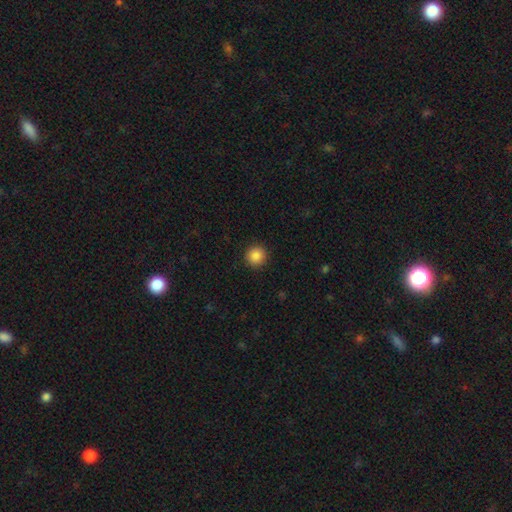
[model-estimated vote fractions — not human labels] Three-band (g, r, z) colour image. It shows a smooth galaxy with no disk features (87%) that is round (95%). Merging: none (92%).